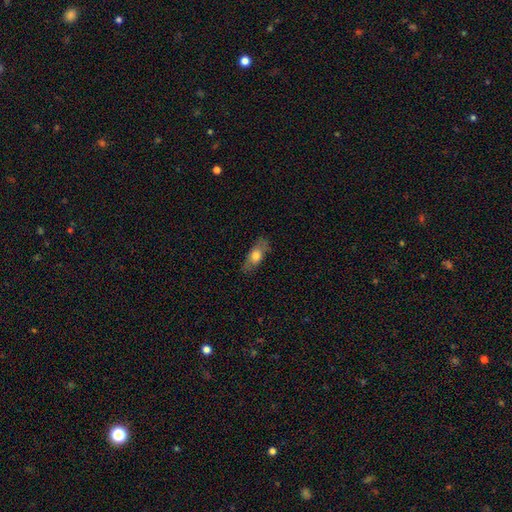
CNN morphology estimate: This is likely a smooth galaxy (66%). How rounded: likely in between (72%). Merging: likely none (73%).